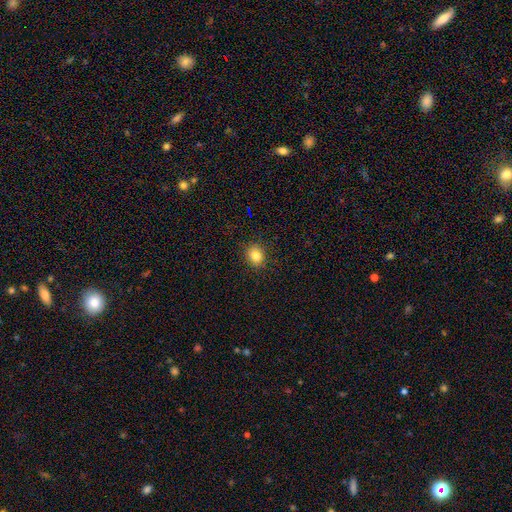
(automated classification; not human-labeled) Morphology: type=smooth (83%); roundness=round (67%); merging=none (89%).